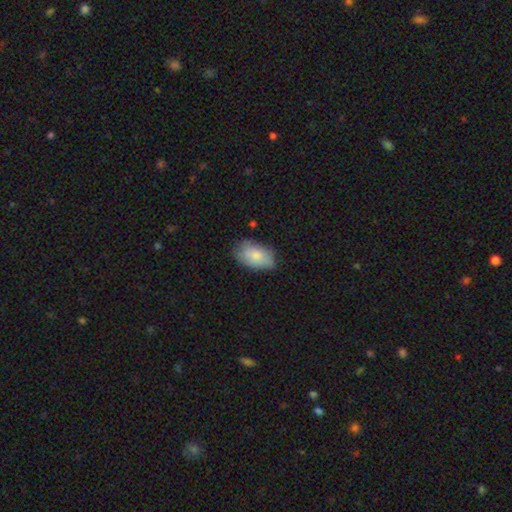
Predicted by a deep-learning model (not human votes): Q: Smooth or featured?
A: smooth (78%); runner-up: featured or disk (16%)
Q: How rounded?
A: in between (92%); runner-up: round (6%)
Q: Merging?
A: none (68%); runner-up: minor disturbance (25%)